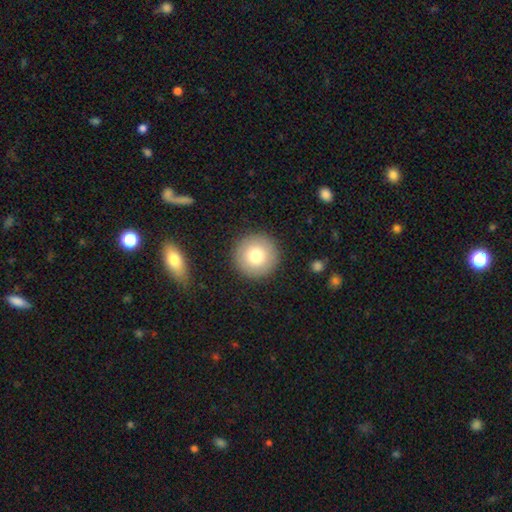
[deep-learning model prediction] smooth-or-featured: smooth: 77% | featured or disk: 14% | star or artifact: 9%
  how-rounded: round: 97% | in between: 2% | cigar-shaped: 1%
  merging: none: 91% | minor disturbance: 5% | major disturbance: 2% | merger: 1%